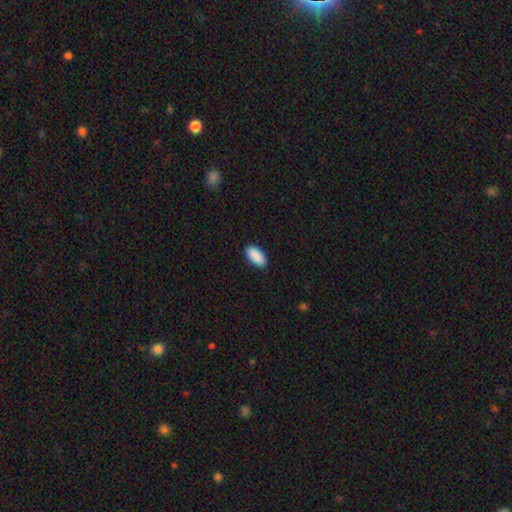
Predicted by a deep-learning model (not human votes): smooth_or_featured: smooth (p=0.91) [alt: star or artifact p=0.06]
how_rounded: in between (p=0.92) [alt: cigar-shaped p=0.06]
merging: none (p=0.90) [alt: minor disturbance p=0.07]